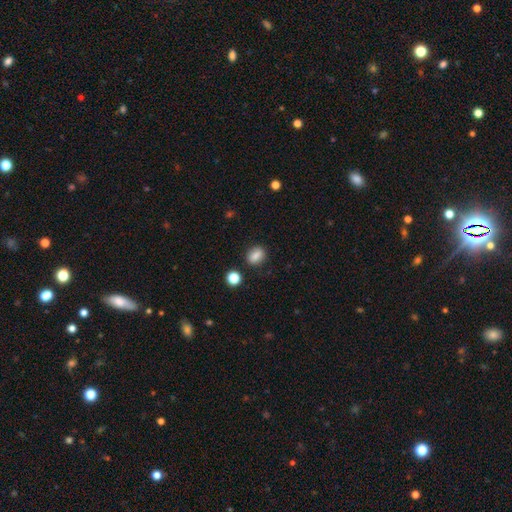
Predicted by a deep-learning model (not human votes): Overall: smooth (83%). How rounded: in between (57%; round 41%). Merging: none (84%).